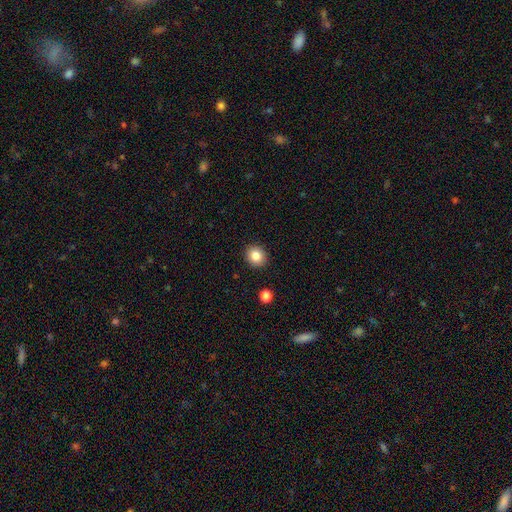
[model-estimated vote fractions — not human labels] Smooth or featured? smooth (84%)
How rounded? round (79%)
Merging? none (91%)